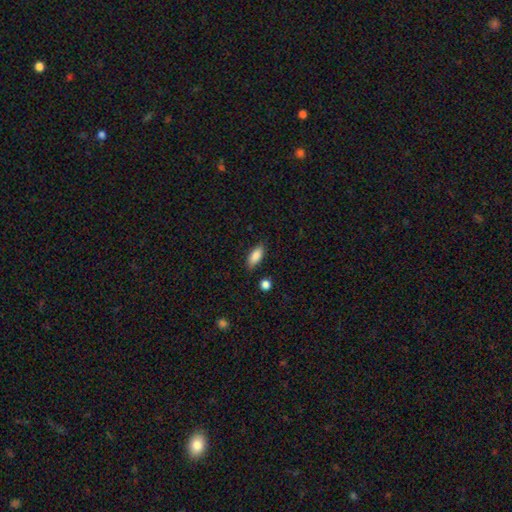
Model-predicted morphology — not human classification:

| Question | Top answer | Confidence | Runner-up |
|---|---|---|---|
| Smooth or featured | smooth | 86% | featured or disk (7%) |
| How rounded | in between | 84% | cigar-shaped (13%) |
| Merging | none | 81% | minor disturbance (14%) |